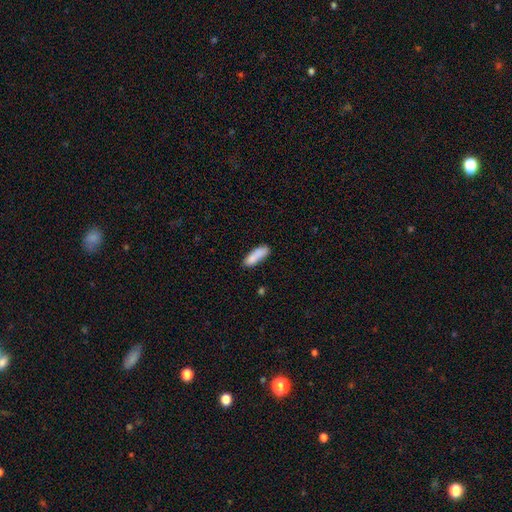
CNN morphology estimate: smooth-or-featured: smooth: 85% | featured or disk: 9% | star or artifact: 7%
  how-rounded: in between: 51% | cigar-shaped: 47% | round: 2%
  merging: none: 69% | minor disturbance: 20% | merger: 7% | major disturbance: 4%